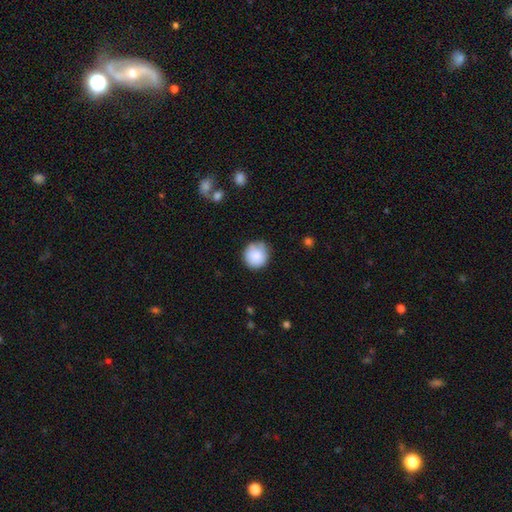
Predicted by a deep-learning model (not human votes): smooth 87%, star or artifact 8%, featured or disk 6%. Down the decision tree: how rounded — round (93%); merging — none (80%).